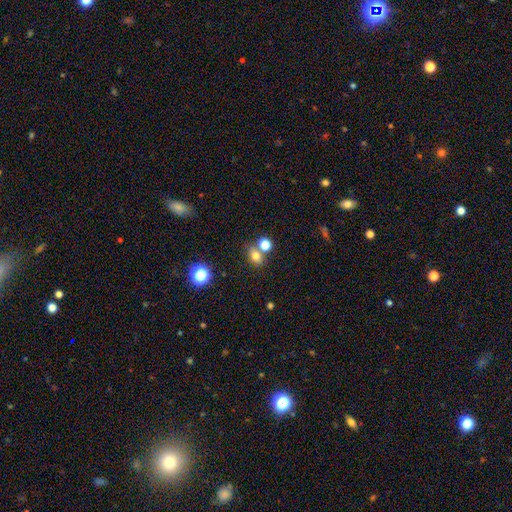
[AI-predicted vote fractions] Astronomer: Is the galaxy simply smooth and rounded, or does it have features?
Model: smooth — 75%.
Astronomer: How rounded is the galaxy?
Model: in between — 59% (runner-up: round, 40%).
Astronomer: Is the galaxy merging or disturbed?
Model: none — 60%.